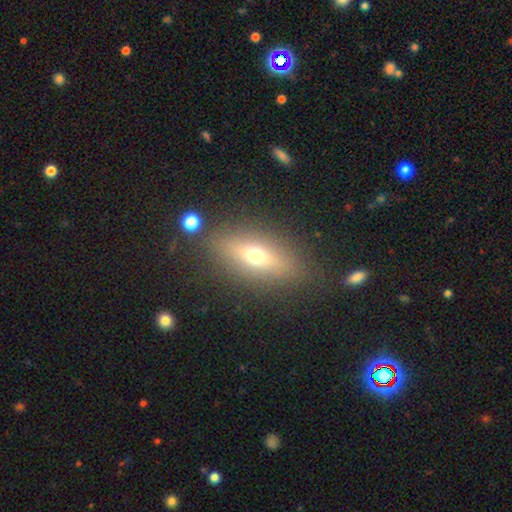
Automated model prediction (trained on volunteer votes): Overall: smooth (51%; featured or disk 38%). How rounded: in between (60%; cigar-shaped 33%). Merging: none (83%).